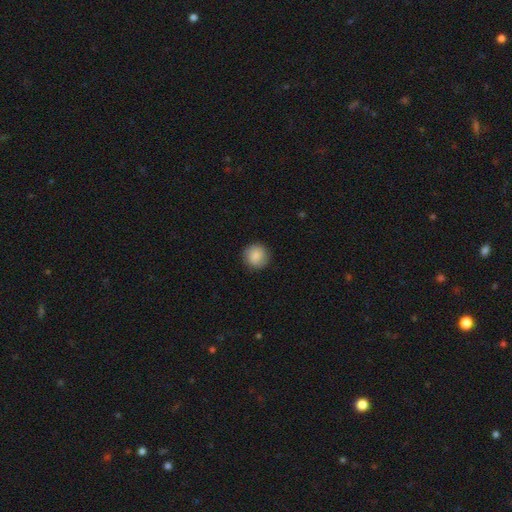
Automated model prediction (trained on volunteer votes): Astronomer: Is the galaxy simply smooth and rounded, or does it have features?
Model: smooth — 86%.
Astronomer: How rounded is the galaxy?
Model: round — 94%.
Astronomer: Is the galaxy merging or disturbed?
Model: none — 90%.